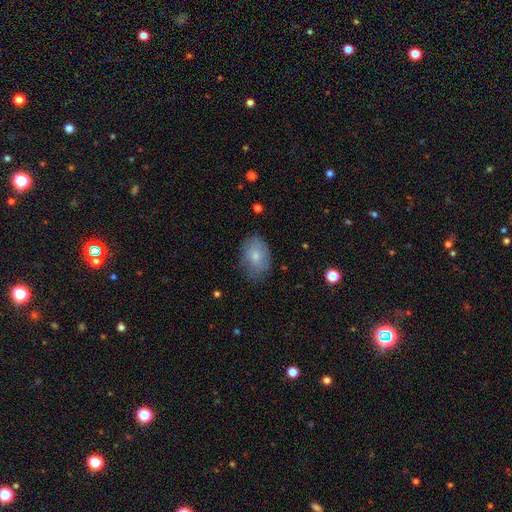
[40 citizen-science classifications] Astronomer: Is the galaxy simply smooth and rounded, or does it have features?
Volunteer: smooth — 80%.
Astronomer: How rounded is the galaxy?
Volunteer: in between — 81%.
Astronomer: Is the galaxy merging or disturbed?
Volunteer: none — 84%.